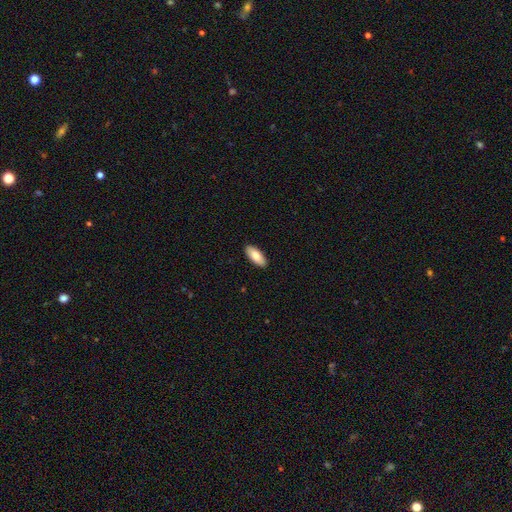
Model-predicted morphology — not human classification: type=smooth (84%); roundness=in between (82%); merging=none (90%).